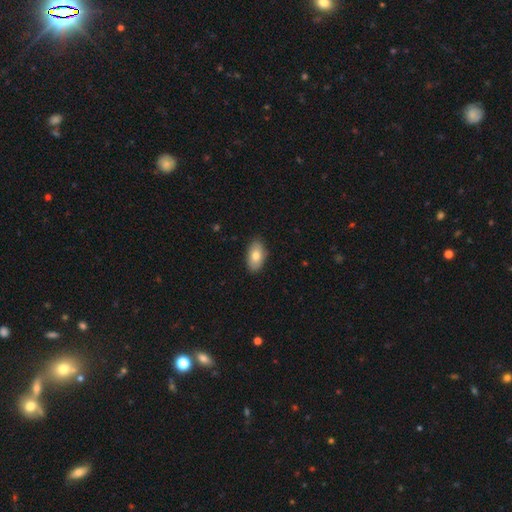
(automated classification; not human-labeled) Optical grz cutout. It shows a smooth galaxy with no disk features (79%) that is in between round and cigar-shaped (94%). Merging: none (87%).